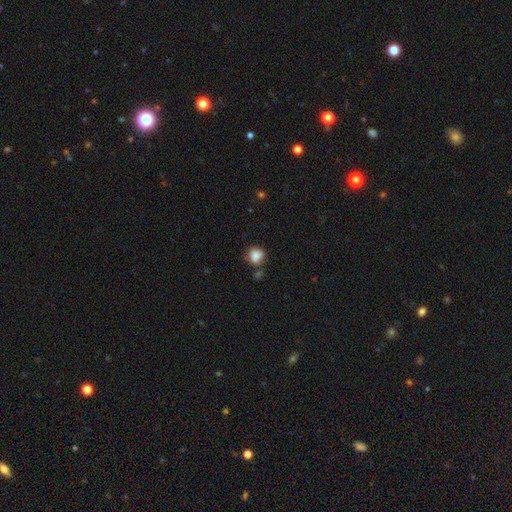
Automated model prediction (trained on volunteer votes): smooth 84%, star or artifact 10%, featured or disk 7%. Down the decision tree: how rounded — round (75%); merging — none (62%).